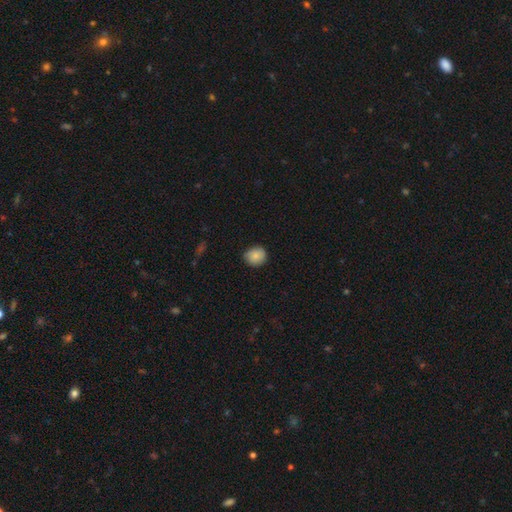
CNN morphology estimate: This appears to be a smooth galaxy with no disk features (86%) that is round (81%). Merging: none (82%).